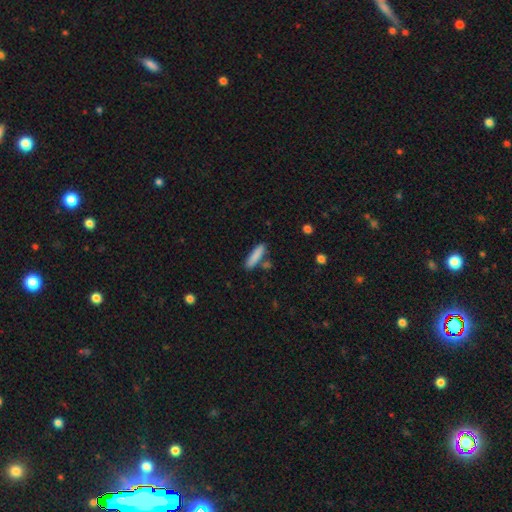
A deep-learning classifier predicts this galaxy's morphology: Smooth or featured? smooth (85%)
How rounded? cigar-shaped (79%)
Merging? none (78%)